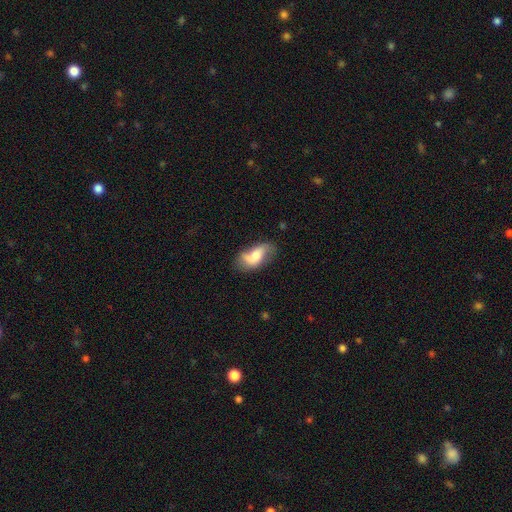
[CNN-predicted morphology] featured or disk 48%, smooth 44%, star or artifact 8%. Down the decision tree: merging — none (50%).